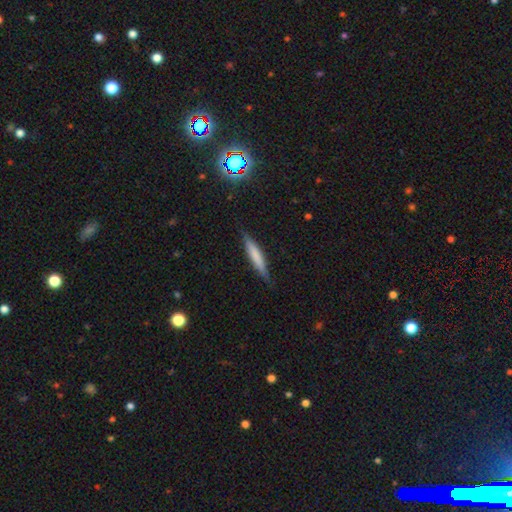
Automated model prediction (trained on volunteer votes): A smooth galaxy with no disk features (63%) that is cigar-shaped (89%). Merging: none (83%).